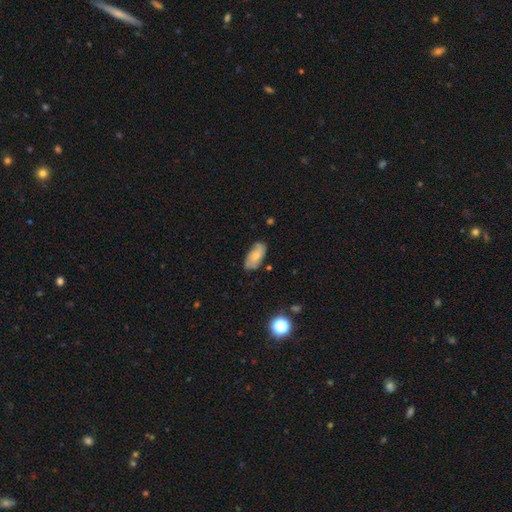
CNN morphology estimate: type=smooth (62%); roundness=in between (90%); merging=none (74%).